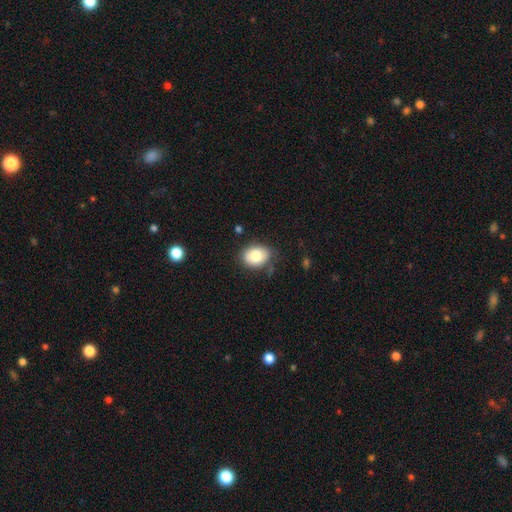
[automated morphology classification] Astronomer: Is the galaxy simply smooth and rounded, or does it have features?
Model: smooth — 80%.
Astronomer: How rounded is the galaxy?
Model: in between — 69%.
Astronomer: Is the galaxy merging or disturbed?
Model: none — 75%.